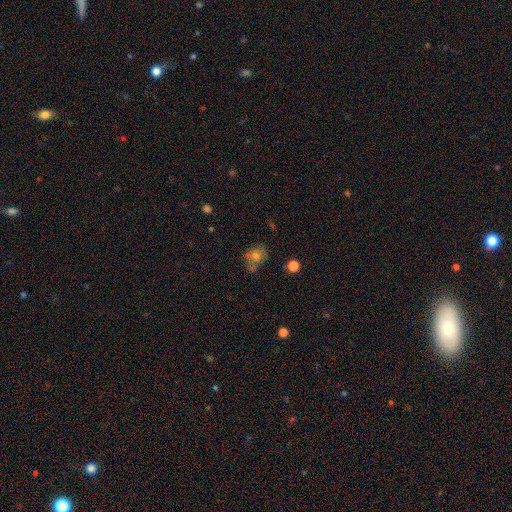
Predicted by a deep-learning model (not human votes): smooth_or_featured: smooth (p=0.64) [alt: featured or disk p=0.22]
how_rounded: round (p=0.53) [alt: in between p=0.46]
merging: none (p=0.54) [alt: minor disturbance p=0.22]